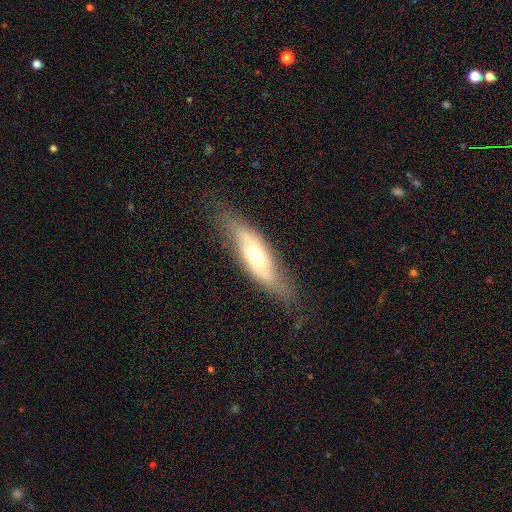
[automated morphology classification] Smooth or featured? Predicted: featured or disk (p=0.50). Merging? Predicted: none (p=0.71).